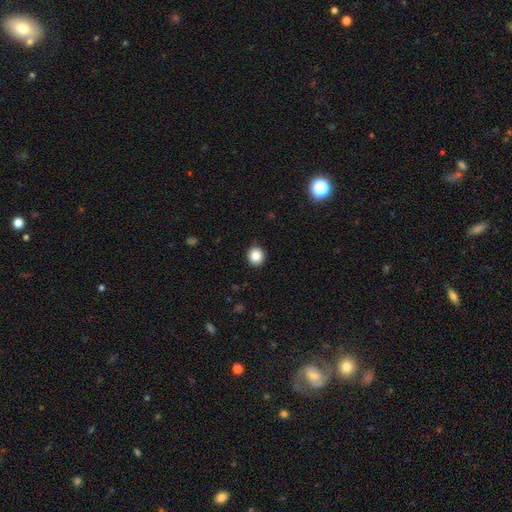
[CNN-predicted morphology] Smooth or featured?
  - smooth: 85% *
  - star or artifact: 10%
  - featured or disk: 5%
How rounded?
  - round: 90% *
  - in between: 9%
  - cigar-shaped: 1%
Merging?
  - none: 89% *
  - minor disturbance: 8%
  - major disturbance: 2%
  - merger: 1%